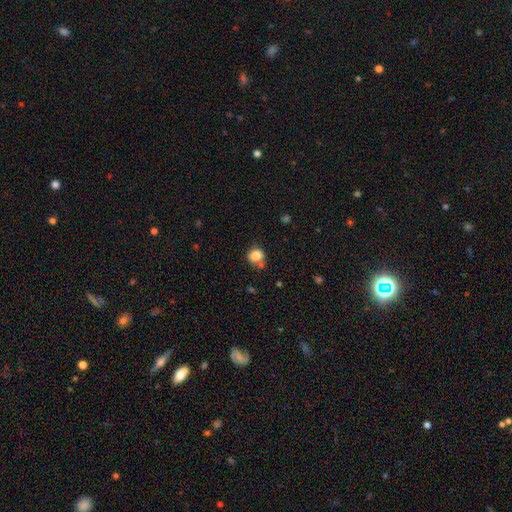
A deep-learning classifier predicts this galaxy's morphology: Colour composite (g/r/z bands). It shows a smooth galaxy with no disk features (81%) that is round (75%). Merging: none (64%).